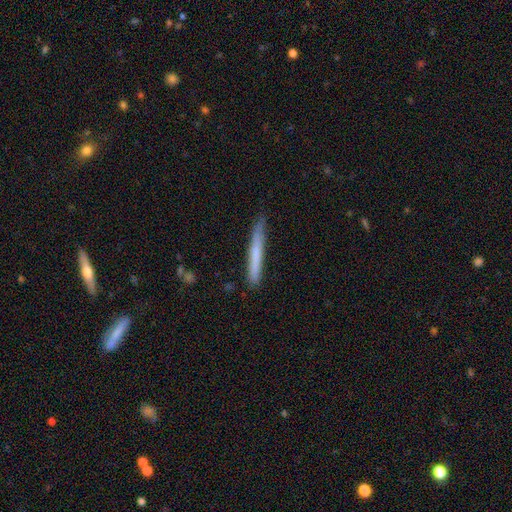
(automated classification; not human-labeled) smooth 65%, featured or disk 29%, star or artifact 6%. Down the decision tree: how rounded — cigar-shaped (97%); merging — none (81%).